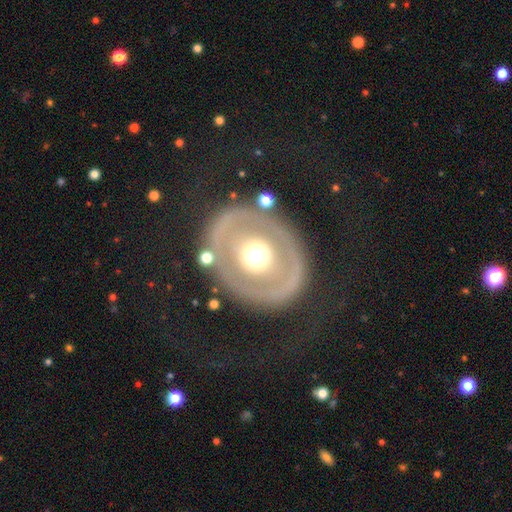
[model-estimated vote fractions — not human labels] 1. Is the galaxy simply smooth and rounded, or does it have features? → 66% featured or disk, 29% smooth, 6% star or artifact.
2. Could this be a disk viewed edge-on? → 95% no, 5% yes.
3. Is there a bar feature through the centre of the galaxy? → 85% no, 9% weak, 6% strong.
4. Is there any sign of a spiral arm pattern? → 80% no, 20% yes.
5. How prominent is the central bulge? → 61% moderate, 28% large, 6% small, 4% dominant, 1% none.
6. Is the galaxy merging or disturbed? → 73% none, 13% minor disturbance, 10% major disturbance, 4% merger.